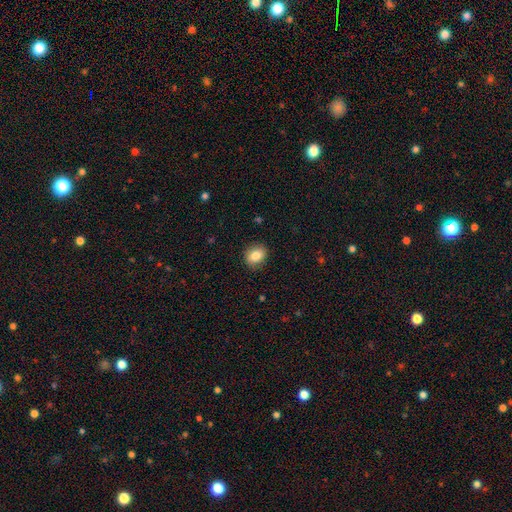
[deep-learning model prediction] Q: Smooth or featured?
A: smooth (83%); runner-up: star or artifact (9%)
Q: How rounded?
A: round (64%); runner-up: in between (35%)
Q: Merging?
A: none (88%); runner-up: minor disturbance (9%)